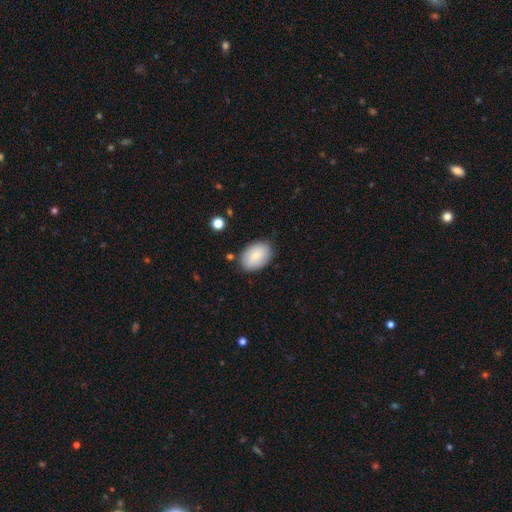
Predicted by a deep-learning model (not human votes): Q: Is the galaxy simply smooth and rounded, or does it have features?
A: smooth — 79%.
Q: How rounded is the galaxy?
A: in between — 86%.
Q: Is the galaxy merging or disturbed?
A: none — 83%.